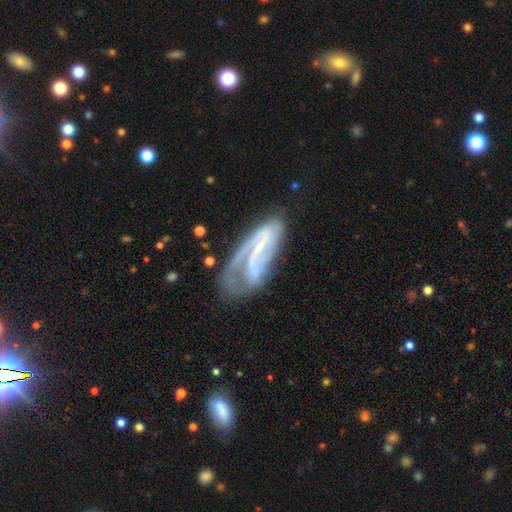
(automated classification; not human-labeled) smooth-or-featured: featured or disk: 79% | smooth: 14% | star or artifact: 7%
  disk-edge-on: no: 91% | yes: 9%
    bar: weak: 34% (tied) | strong: 34% (tied) | no: 32%
    has-spiral-arms: yes: 87% | no: 13%
      spiral-winding: medium: 41% | tight: 35% | loose: 24%
      spiral-arm-count: 2: 48% | can't tell: 20% | 1: 19% | 3: 7% | 4: 3% | more than 4: 2%
    bulge-size: small: 68% | none: 18% | moderate: 12% | large: 1% | dominant: 1%
  merging: none: 49% | major disturbance: 23% | minor disturbance: 23% | merger: 5%